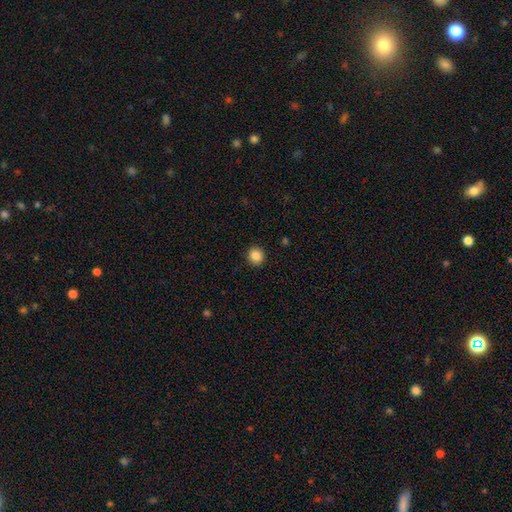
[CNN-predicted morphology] Overall: smooth (86%). How rounded: round (88%). Merging: none (92%).